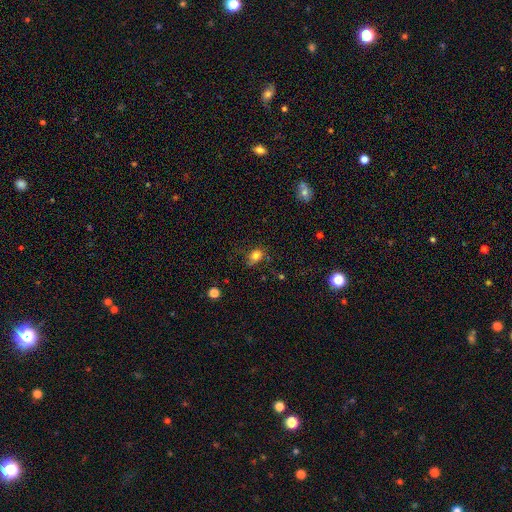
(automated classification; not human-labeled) Smooth or featured? smooth (79%)
How rounded? in between (62%)
Merging? none (61%)